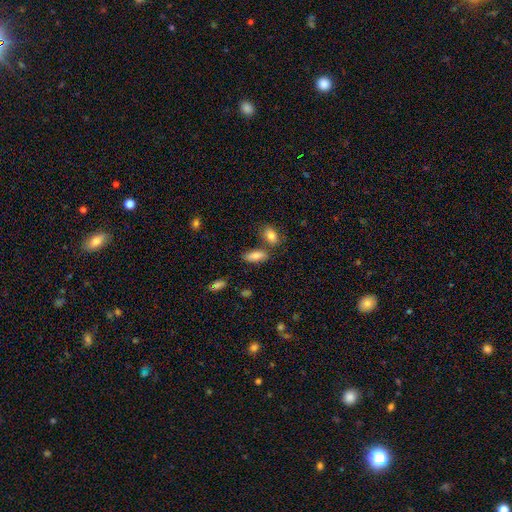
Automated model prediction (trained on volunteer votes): smooth-or-featured: smooth: 80% | featured or disk: 12% | star or artifact: 8%
  how-rounded: in between: 78% | cigar-shaped: 19% | round: 3%
  merging: none: 69% | merger: 14% | minor disturbance: 14% | major disturbance: 4%